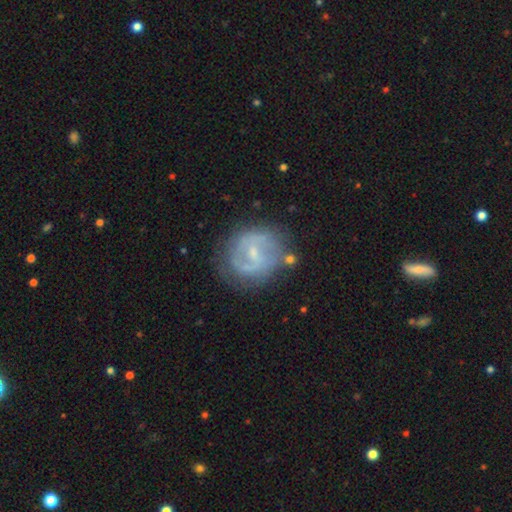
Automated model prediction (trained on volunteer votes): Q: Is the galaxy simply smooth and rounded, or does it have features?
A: featured or disk — 75%.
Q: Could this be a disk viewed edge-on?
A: no — 97%.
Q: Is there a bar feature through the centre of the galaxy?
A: weak — 51%.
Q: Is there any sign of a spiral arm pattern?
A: yes — 83%.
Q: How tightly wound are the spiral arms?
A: medium — 45%.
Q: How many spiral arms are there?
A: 2 — 74%.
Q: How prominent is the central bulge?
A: small — 68%.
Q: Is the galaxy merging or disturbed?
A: none — 74%.